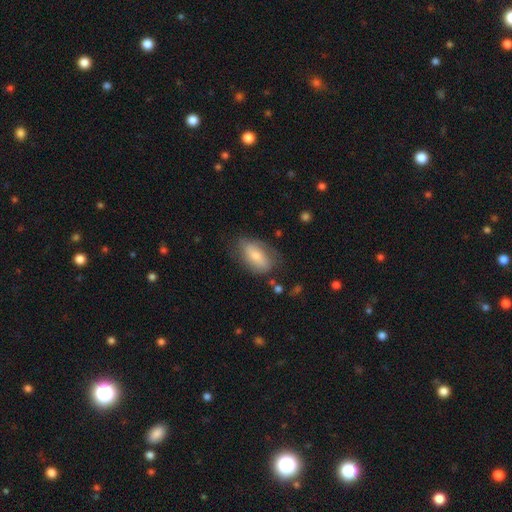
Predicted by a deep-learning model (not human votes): The model was most divided on "smooth or featured": smooth: 60%, featured or disk: 33%, star or artifact: 7%. More confident: how rounded — in between (88%); merging — none (63%).